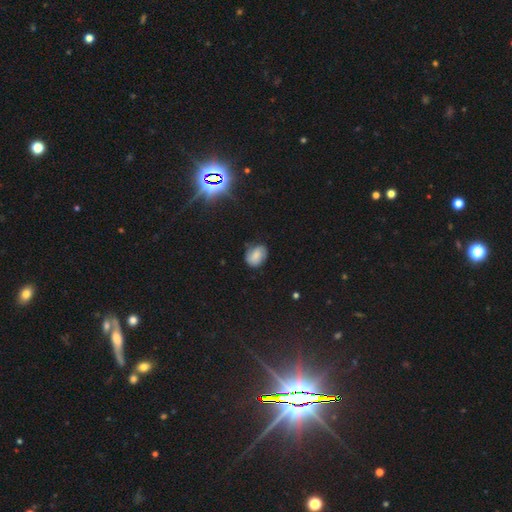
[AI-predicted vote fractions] smooth-or-featured: smooth: 72% | featured or disk: 16% | star or artifact: 12%
  how-rounded: in between: 68% | round: 31% | cigar-shaped: 1%
  merging: none: 69% | minor disturbance: 24% | major disturbance: 5% | merger: 2%